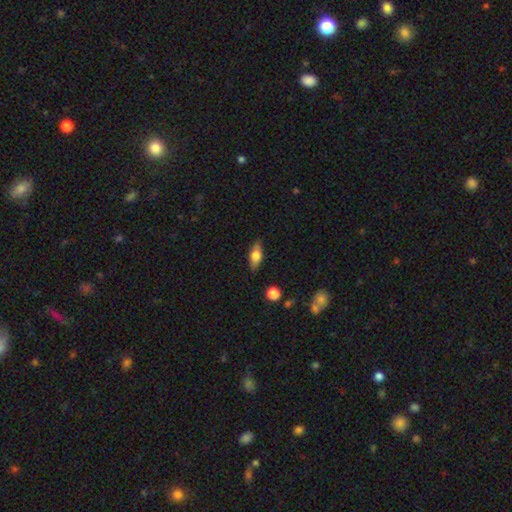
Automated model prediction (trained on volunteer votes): This is possibly a smooth galaxy (54%). How rounded: likely in between (72%). Merging: clearly none (85%).